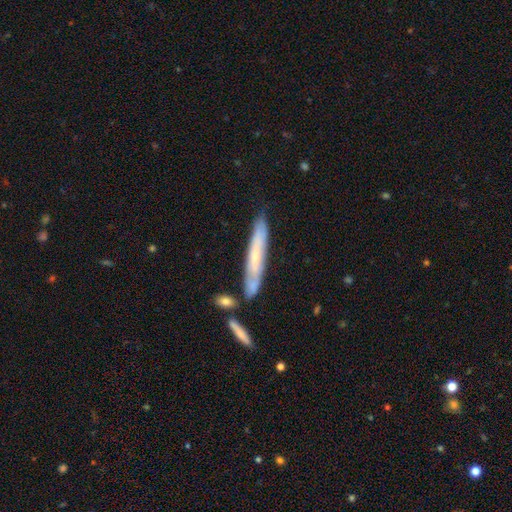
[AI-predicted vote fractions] Smooth or featured? Predicted: featured or disk (p=0.50). Merging? Predicted: none (p=0.65).